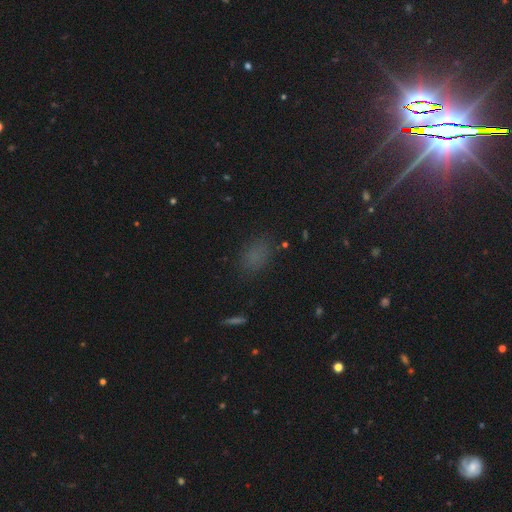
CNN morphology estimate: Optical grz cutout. It shows a smooth galaxy with no disk features (73%) that is in between round and cigar-shaped (78%). Merging: none (79%).